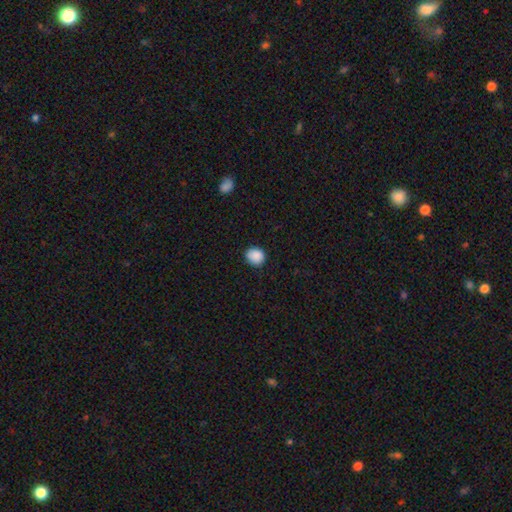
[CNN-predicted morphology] This appears to be a smooth galaxy with no disk features (89%) that is round (74%). Merging: none (85%).